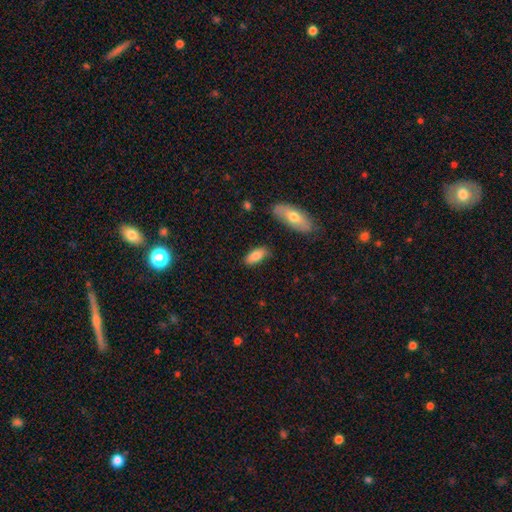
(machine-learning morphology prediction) smooth_or_featured: smooth (p=0.81) [alt: featured or disk p=0.12]
how_rounded: in between (p=0.83) [alt: cigar-shaped p=0.14]
merging: none (p=0.80) [alt: minor disturbance p=0.14]